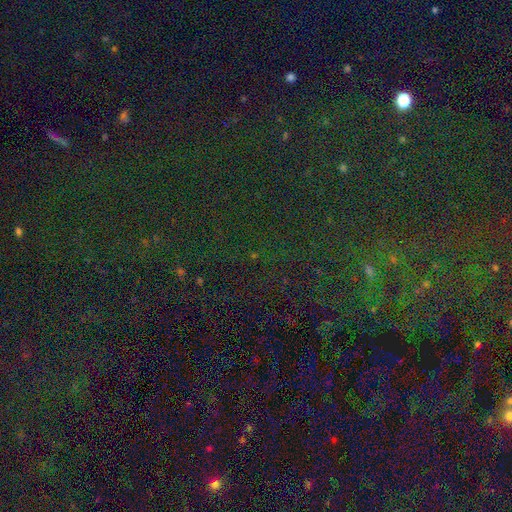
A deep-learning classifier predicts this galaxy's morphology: This appears to be a star or artifact, not a galaxy (83%).